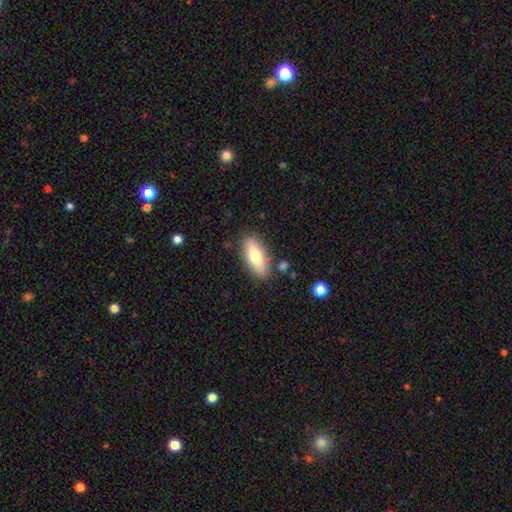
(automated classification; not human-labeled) This appears to be a smooth galaxy with no disk features (67%) that is in between round and cigar-shaped (74%). Merging: none (82%).